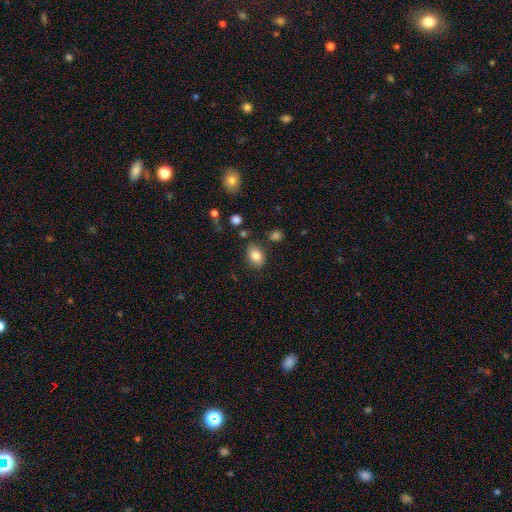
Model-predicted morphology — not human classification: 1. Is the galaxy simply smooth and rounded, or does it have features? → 84% smooth, 9% star or artifact, 7% featured or disk.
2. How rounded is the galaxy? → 75% in between, 24% round, 1% cigar-shaped.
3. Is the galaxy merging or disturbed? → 78% none, 14% minor disturbance, 4% merger, 4% major disturbance.